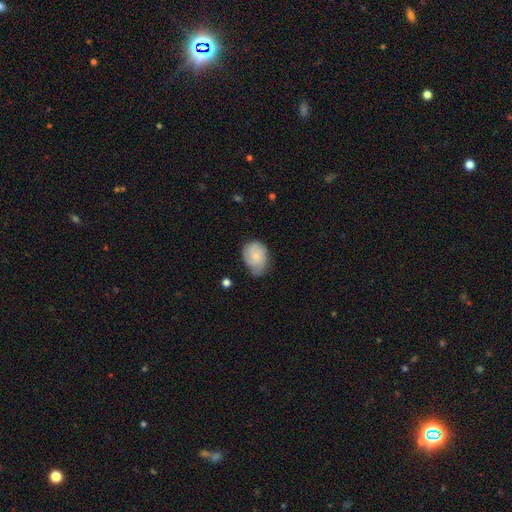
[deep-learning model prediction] smooth-or-featured: smooth: 51% | featured or disk: 42% | star or artifact: 7%
  how-rounded: in between: 58% | round: 40% | cigar-shaped: 1%
  merging: none: 53% | minor disturbance: 36% | major disturbance: 9% | merger: 2%